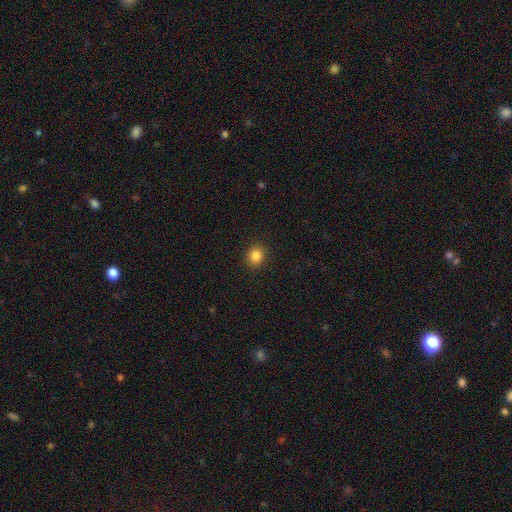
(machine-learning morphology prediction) Q: Smooth or featured?
A: smooth (84%); runner-up: star or artifact (12%)
Q: How rounded?
A: round (77%); runner-up: in between (22%)
Q: Merging?
A: none (91%); runner-up: minor disturbance (6%)